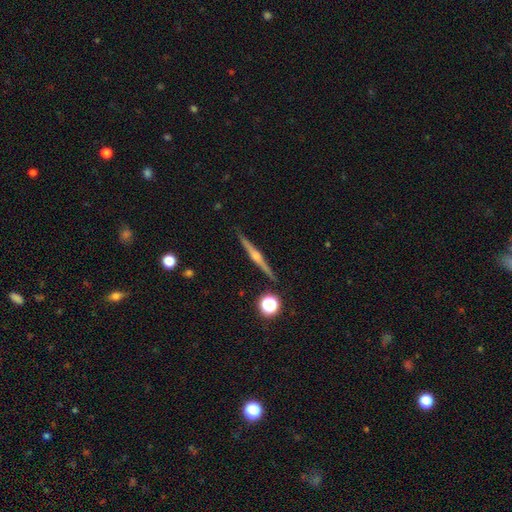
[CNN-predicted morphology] Smooth or featured? Predicted: featured or disk (p=0.80). Edge-on disk? Predicted: yes (p=0.98). Edge-on bulge? Predicted: rounded (p=0.87). Merging? Predicted: none (p=0.90).